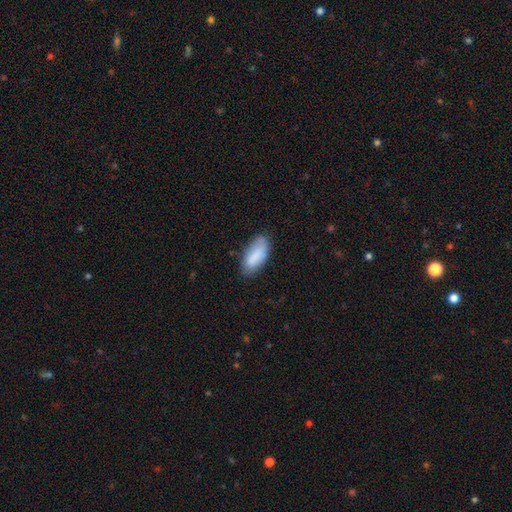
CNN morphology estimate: The model was most divided on "merging": none: 71%, minor disturbance: 22%, major disturbance: 5%, merger: 2%. More confident: how rounded — in between (88%); smooth or featured — smooth (84%).